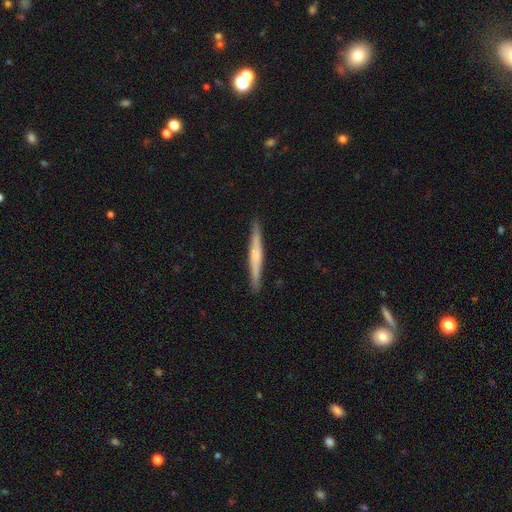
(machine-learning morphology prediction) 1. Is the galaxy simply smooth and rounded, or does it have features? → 58% featured or disk, 36% smooth, 6% star or artifact.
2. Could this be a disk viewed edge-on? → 98% yes, 2% no.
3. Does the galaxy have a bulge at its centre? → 59% rounded, 31% none, 10% boxy.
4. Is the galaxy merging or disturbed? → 92% none, 6% minor disturbance, 1% major disturbance, 1% merger.